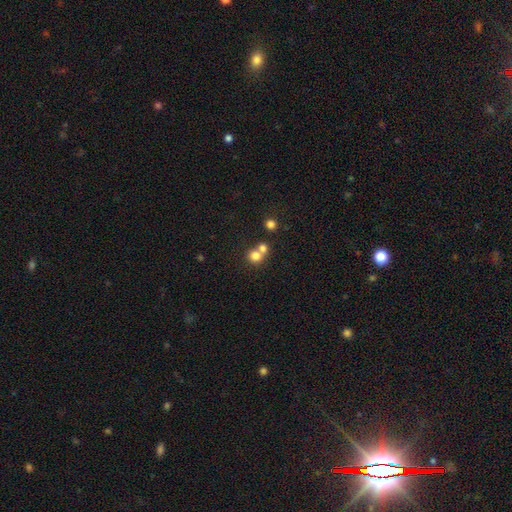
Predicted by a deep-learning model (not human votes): This is likely a smooth galaxy (76%). How rounded: clearly round (84%). Merging: possibly merger (50%).